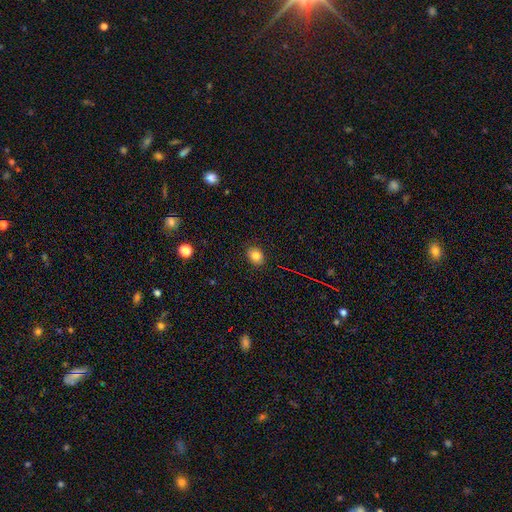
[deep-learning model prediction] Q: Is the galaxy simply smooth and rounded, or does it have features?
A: smooth — 82%.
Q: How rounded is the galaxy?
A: round — 51%.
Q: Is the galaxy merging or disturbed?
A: none — 87%.